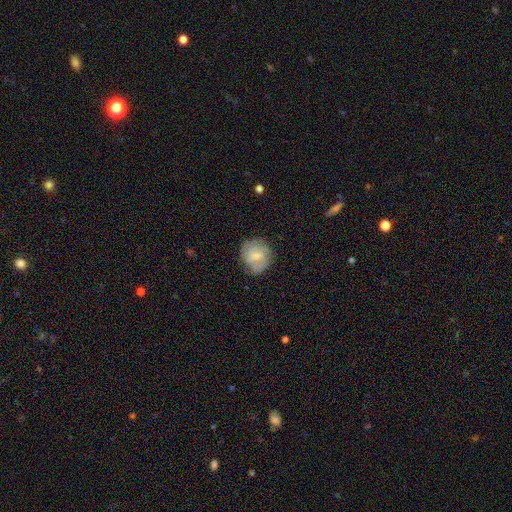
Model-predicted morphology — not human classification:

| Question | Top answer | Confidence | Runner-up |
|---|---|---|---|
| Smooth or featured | smooth | 54% | featured or disk (38%) |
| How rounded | round | 84% | in between (15%) |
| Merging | none | 67% | minor disturbance (23%) |